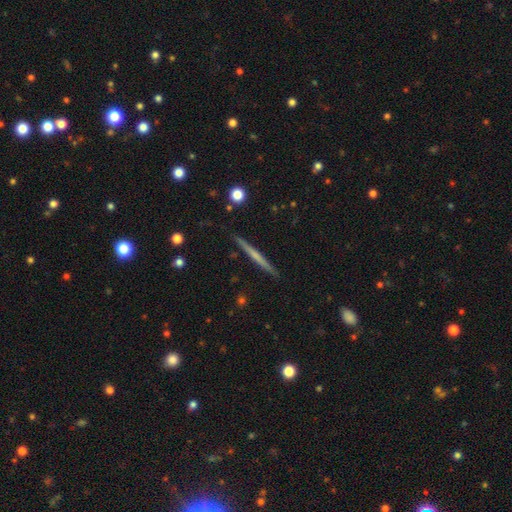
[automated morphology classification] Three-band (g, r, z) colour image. It shows a featured or disk galaxy (56%) viewed edge-on (98%) with no central bulge (73%). Merging: none (91%).